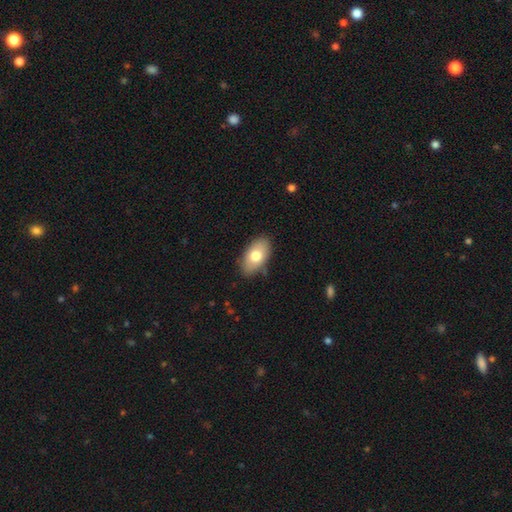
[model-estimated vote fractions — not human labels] A smooth galaxy with no disk features (73%) that is in between round and cigar-shaped (93%).

Vote fractions:
- Smooth or featured? smooth: 73% / featured or disk: 20% / star or artifact: 7%
- How rounded? in between: 93% / round: 5% / cigar-shaped: 2%
- Merging? none: 83% / minor disturbance: 13% / major disturbance: 3% / merger: 1%